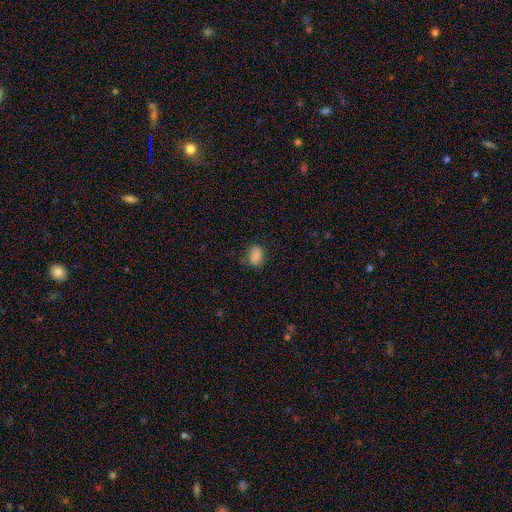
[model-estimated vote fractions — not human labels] Smooth or featured?
  - smooth: 82% *
  - star or artifact: 10%
  - featured or disk: 8%
How rounded?
  - in between: 75% *
  - round: 24%
  - cigar-shaped: 2%
Merging?
  - none: 68% *
  - minor disturbance: 23%
  - major disturbance: 7%
  - merger: 2%